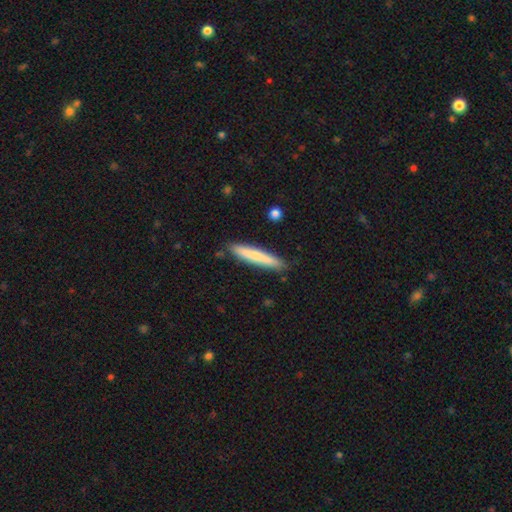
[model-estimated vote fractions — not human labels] This is likely a smooth galaxy (73%). How rounded: clearly cigar-shaped (94%). Merging: clearly none (87%).